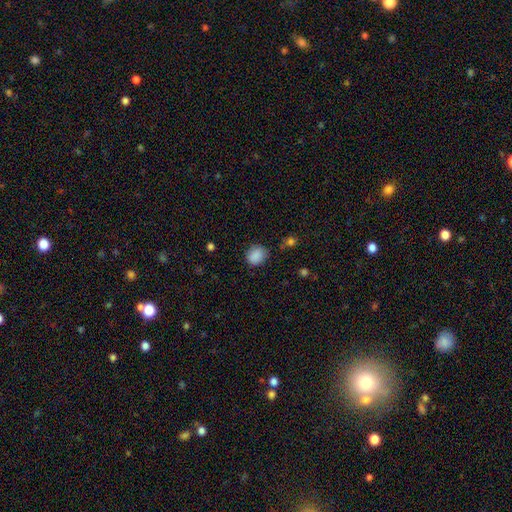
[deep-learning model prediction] A smooth galaxy with no disk features (87%) that is round (68%).

Vote fractions:
- Smooth or featured? smooth: 87% / star or artifact: 9% / featured or disk: 4%
- How rounded? round: 68% / in between: 32% / cigar-shaped: 1%
- Merging? none: 73% / minor disturbance: 20% / major disturbance: 5% / merger: 2%